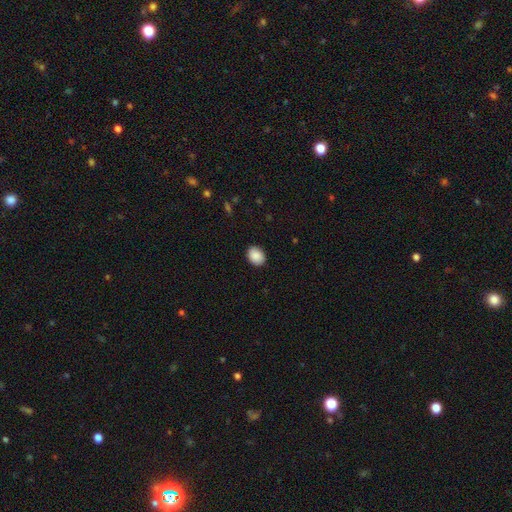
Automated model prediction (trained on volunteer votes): Smooth or featured? smooth (90%)
How rounded? in between (67%)
Merging? none (89%)